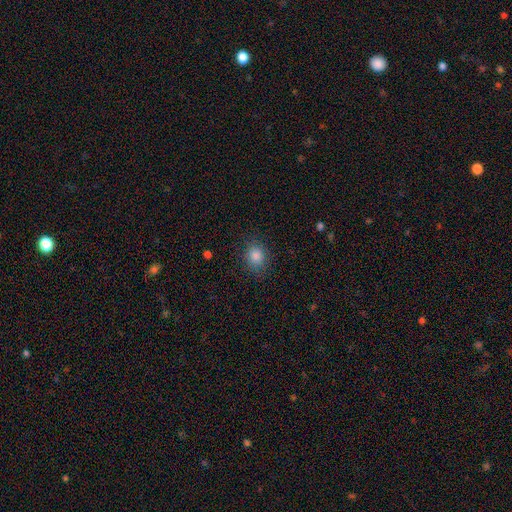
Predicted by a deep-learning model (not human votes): smooth_or_featured: smooth (p=0.83) [alt: star or artifact p=0.12]
how_rounded: round (p=0.71) [alt: in between p=0.28]
merging: none (p=0.86) [alt: minor disturbance p=0.10]